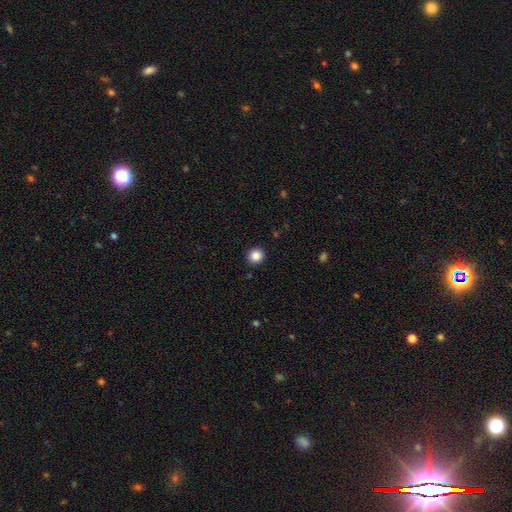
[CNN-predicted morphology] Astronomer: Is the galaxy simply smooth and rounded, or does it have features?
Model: smooth — 86%.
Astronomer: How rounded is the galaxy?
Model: round — 92%.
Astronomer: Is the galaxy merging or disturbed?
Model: none — 92%.